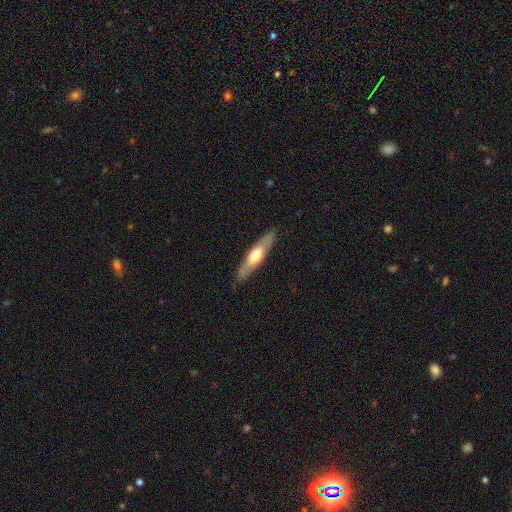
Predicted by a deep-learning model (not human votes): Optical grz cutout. It shows a smooth galaxy with no disk features (48%). Merging: none (88%).